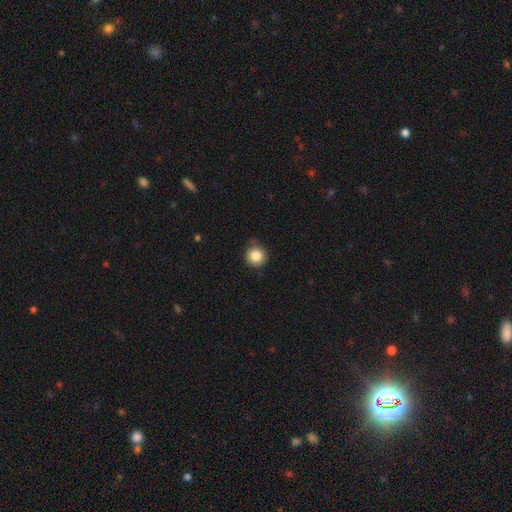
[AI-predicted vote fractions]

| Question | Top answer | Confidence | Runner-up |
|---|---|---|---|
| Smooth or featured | smooth | 85% | star or artifact (10%) |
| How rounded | round | 95% | in between (4%) |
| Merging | none | 81% | minor disturbance (14%) |